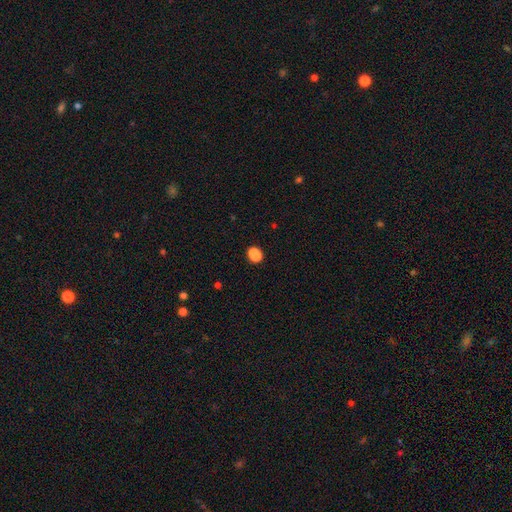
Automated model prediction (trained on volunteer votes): The model was most divided on "how rounded": in between: 61%, round: 37%, cigar-shaped: 2%. More confident: smooth or featured — smooth (81%); merging — none (63%).